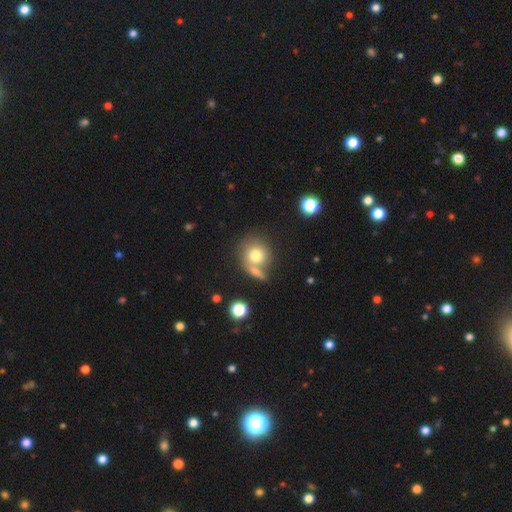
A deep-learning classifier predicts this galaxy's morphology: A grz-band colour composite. It shows a smooth galaxy with no disk features (75%) that is round (83%). Merging: none (50%).